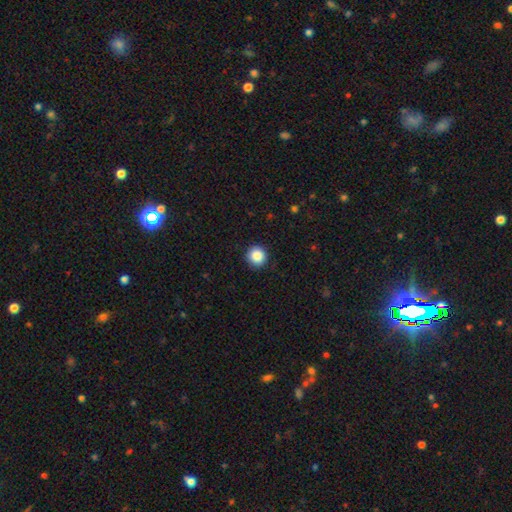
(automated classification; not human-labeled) Overall: smooth (88%). How rounded: round (95%). Merging: none (91%).